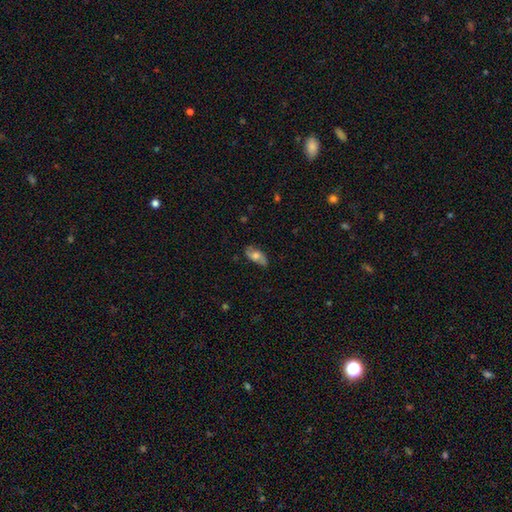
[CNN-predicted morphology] Overall: smooth (56%; featured or disk 37%). How rounded: in between (88%). Merging: none (78%).